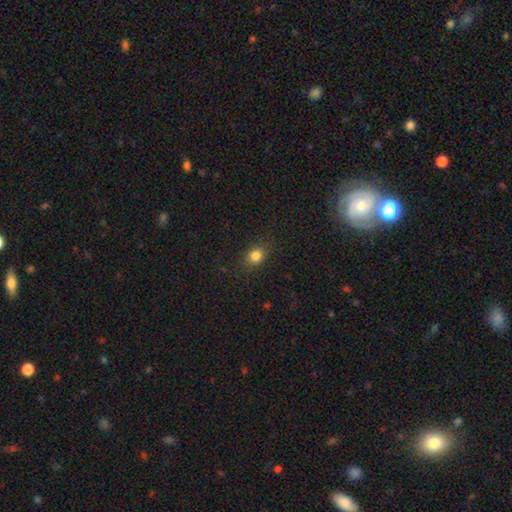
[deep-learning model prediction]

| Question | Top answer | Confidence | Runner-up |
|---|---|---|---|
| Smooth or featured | smooth | 82% | star or artifact (12%) |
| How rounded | round | 49% | in between (48%) |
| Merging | none | 83% | minor disturbance (12%) |